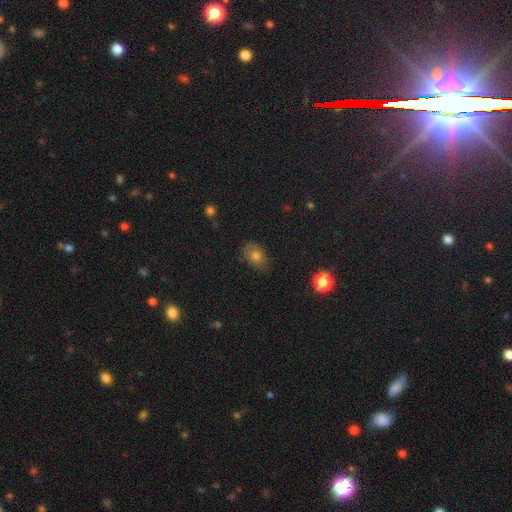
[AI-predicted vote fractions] This appears to be a smooth galaxy with no disk features (71%) that is in between round and cigar-shaped (80%). Merging: none (75%).